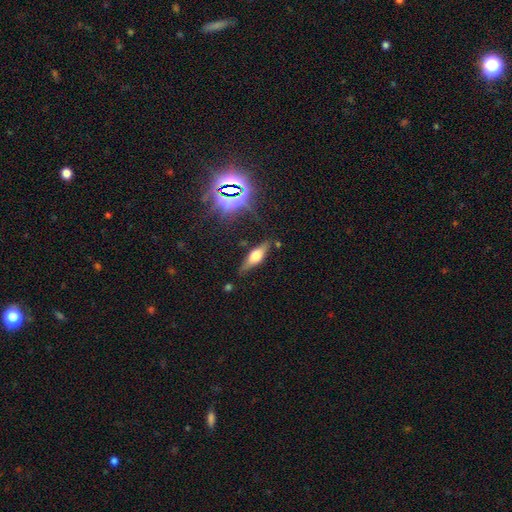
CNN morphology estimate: A featured or disk galaxy (54%) viewed edge-on (92%) with a rounded central bulge (86%).

Vote fractions:
- Smooth or featured? featured or disk: 54% / smooth: 33% / star or artifact: 13%
- Edge-on disk? yes: 92% / no: 8%
- Edge-on bulge? rounded: 86% / boxy: 12% / none: 2%
- Merging? none: 79% / minor disturbance: 15% / major disturbance: 4% / merger: 2%